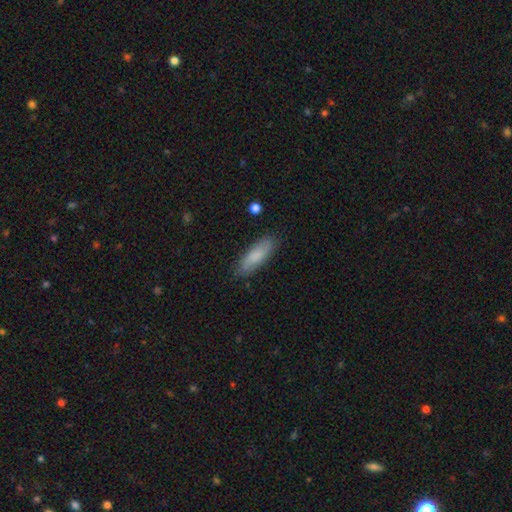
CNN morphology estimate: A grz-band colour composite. It shows a smooth galaxy with no disk features (80%) that is cigar-shaped (52%). Merging: none (84%).